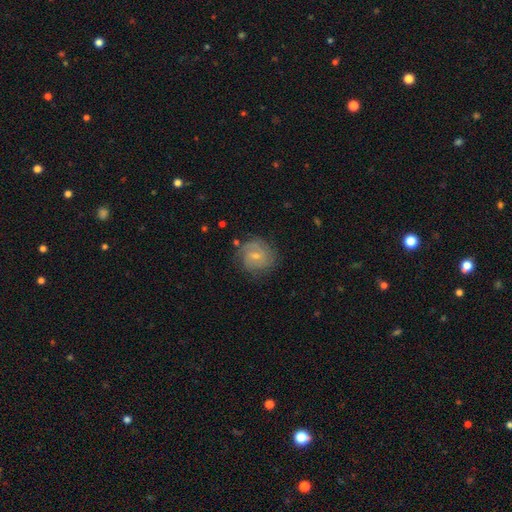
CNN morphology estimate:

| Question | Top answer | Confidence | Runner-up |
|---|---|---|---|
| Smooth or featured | featured or disk | 53% | smooth (39%) |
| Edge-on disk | no | 97% | yes (3%) |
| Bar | weak | 48% | no (44%) |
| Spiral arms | yes | 80% | no (20%) |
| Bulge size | small | 62% | moderate (32%) |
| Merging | none | 70% | minor disturbance (20%) |